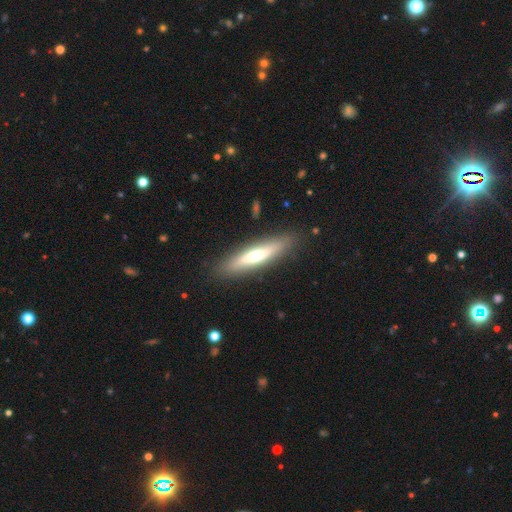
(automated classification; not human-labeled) Q: Smooth or featured?
A: featured or disk (48%); runner-up: smooth (47%)
Q: Merging?
A: none (87%); runner-up: minor disturbance (9%)